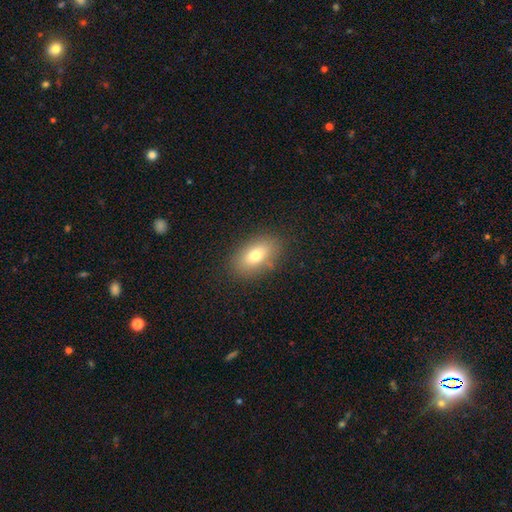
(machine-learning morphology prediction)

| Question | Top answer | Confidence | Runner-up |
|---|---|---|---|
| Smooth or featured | smooth | 75% | featured or disk (15%) |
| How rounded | in between | 87% | round (9%) |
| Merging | none | 83% | minor disturbance (11%) |